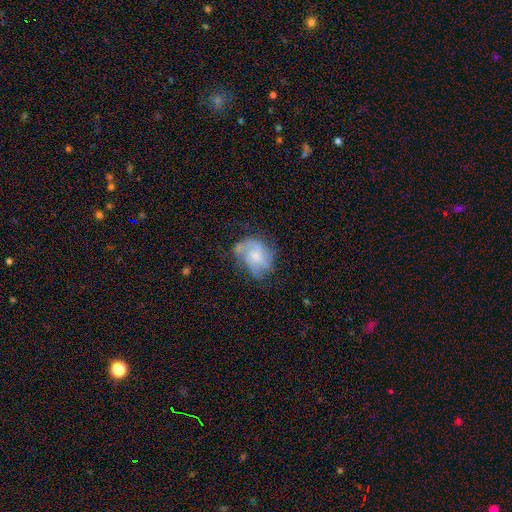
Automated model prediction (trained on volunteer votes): Q: Smooth or featured?
A: featured or disk (66%); runner-up: smooth (26%)
Q: Edge-on disk?
A: no (98%); runner-up: yes (2%)
Q: Bar?
A: no (69%); runner-up: weak (28%)
Q: Spiral arms?
A: yes (83%); runner-up: no (17%)
Q: Spiral winding?
A: medium (46%); runner-up: tight (29%)
Q: Spiral arm count?
A: 2 (30%); runner-up: can't tell (28%)
Q: Bulge size?
A: small (48%); runner-up: moderate (37%)
Q: Merging?
A: none (50%); runner-up: minor disturbance (27%)